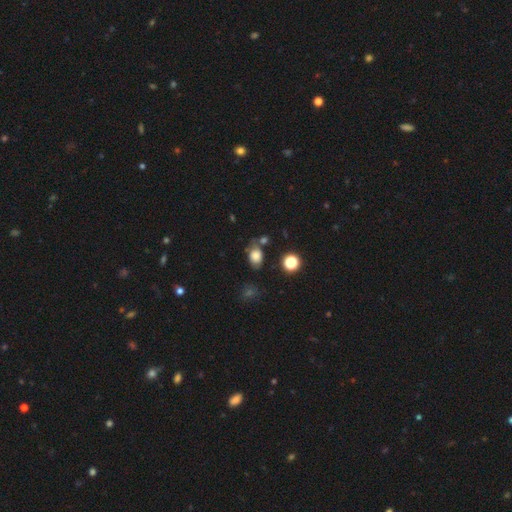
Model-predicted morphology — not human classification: Overall: smooth (77%). How rounded: in between (66%; round 33%). Merging: none (63%).